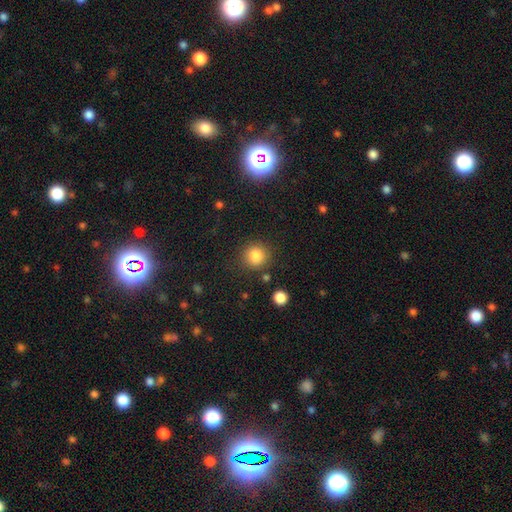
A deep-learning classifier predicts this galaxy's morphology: Q: Smooth or featured?
A: smooth (84%); runner-up: star or artifact (11%)
Q: How rounded?
A: round (90%); runner-up: in between (9%)
Q: Merging?
A: none (83%); runner-up: minor disturbance (9%)